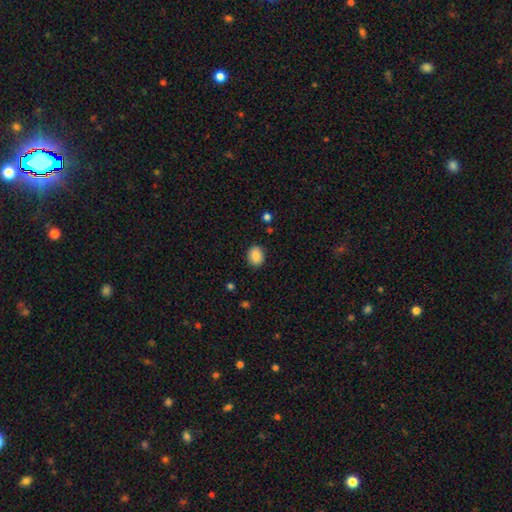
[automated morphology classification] smooth 87%, star or artifact 8%, featured or disk 5%. Down the decision tree: how rounded — round (51%); merging — none (88%).